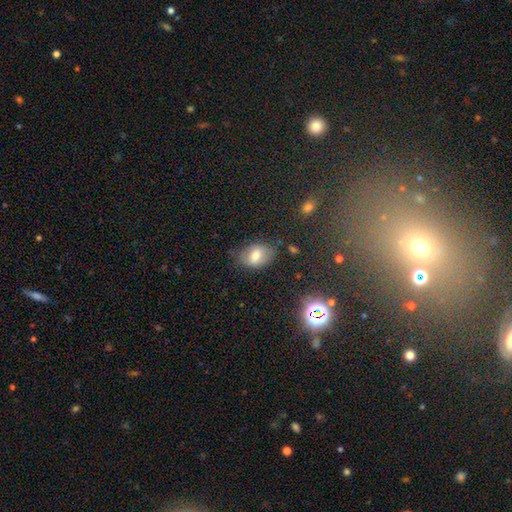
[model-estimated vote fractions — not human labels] A smooth galaxy with no disk features (62%) that is in between round and cigar-shaped (78%). Merging: none (71%).